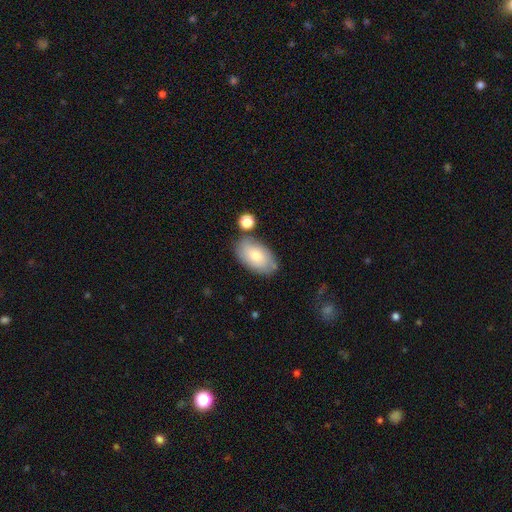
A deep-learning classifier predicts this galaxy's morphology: A smooth galaxy with no disk features (73%) that is in between round and cigar-shaped (94%). Merging: none (70%).